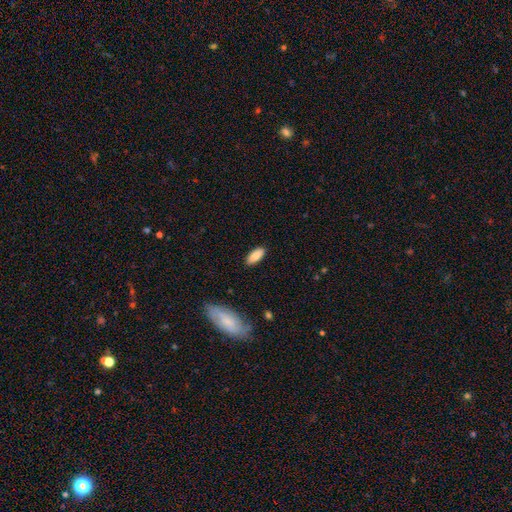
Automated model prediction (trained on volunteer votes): Smooth or featured? Predicted: smooth (p=0.83). How rounded? Predicted: in between (p=0.84). Merging? Predicted: none (p=0.88).